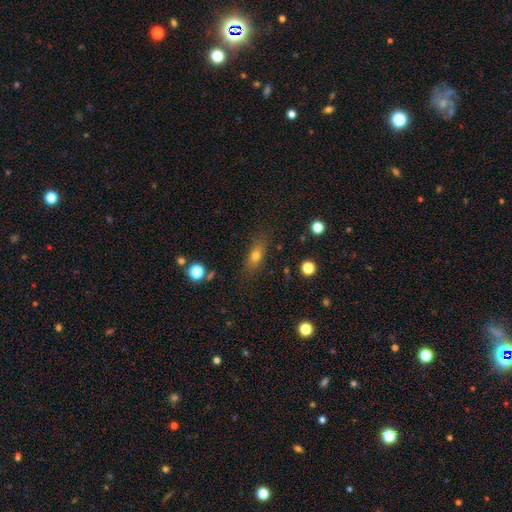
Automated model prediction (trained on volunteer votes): This is likely a smooth galaxy (70%). How rounded: likely in between (62%). Merging: likely none (77%).